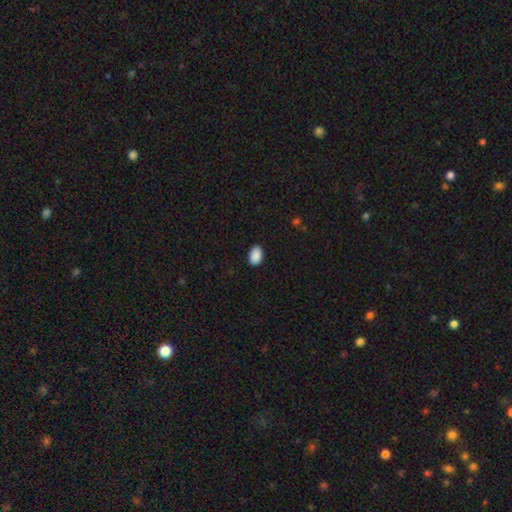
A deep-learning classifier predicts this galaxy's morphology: A smooth galaxy with no disk features (90%) that is in between round and cigar-shaped (87%).

Vote fractions:
- Smooth or featured? smooth: 90% / star or artifact: 7% / featured or disk: 3%
- How rounded? in between: 87% / round: 12% / cigar-shaped: 1%
- Merging? none: 88% / minor disturbance: 9% / major disturbance: 2% / merger: 1%